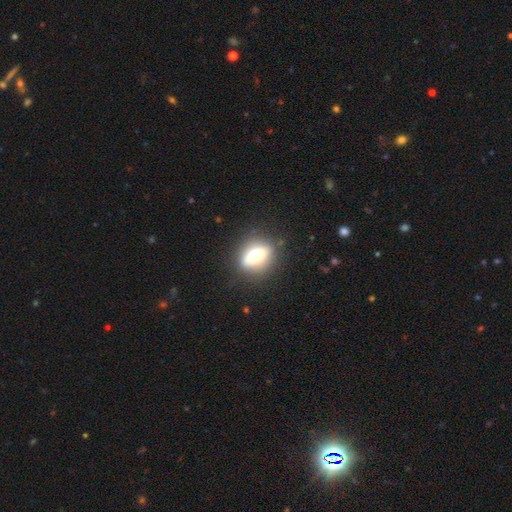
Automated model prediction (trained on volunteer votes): The model was most divided on "how rounded": in between: 53%, round: 42%, cigar-shaped: 5%. More confident: merging — none (80%); smooth or featured — smooth (61%).